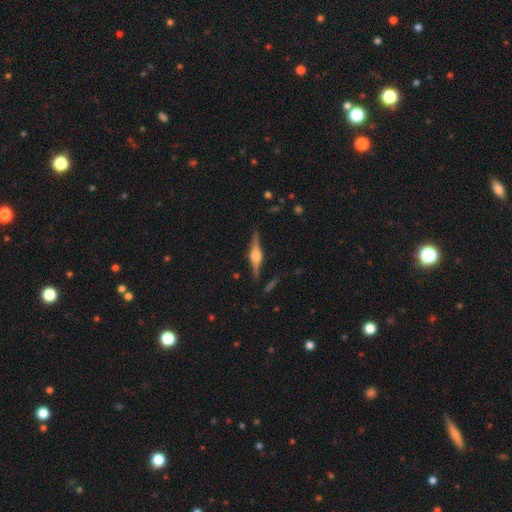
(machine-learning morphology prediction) Smooth or featured? Predicted: featured or disk (p=0.84). Edge-on disk? Predicted: yes (p=0.98). Edge-on bulge? Predicted: rounded (p=0.89). Merging? Predicted: none (p=0.89).